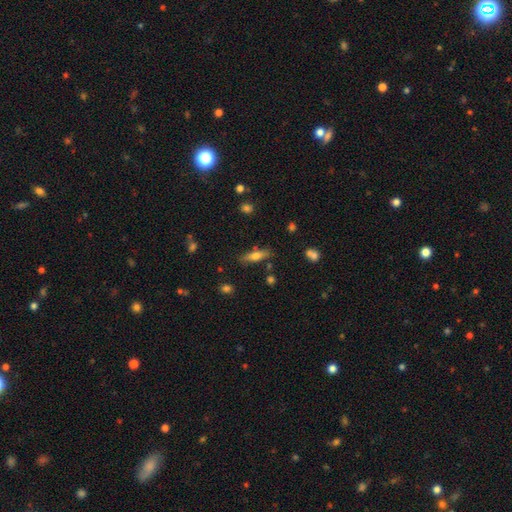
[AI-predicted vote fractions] This is likely a smooth galaxy (64%). How rounded: possibly cigar-shaped (56%). Merging: likely none (78%).